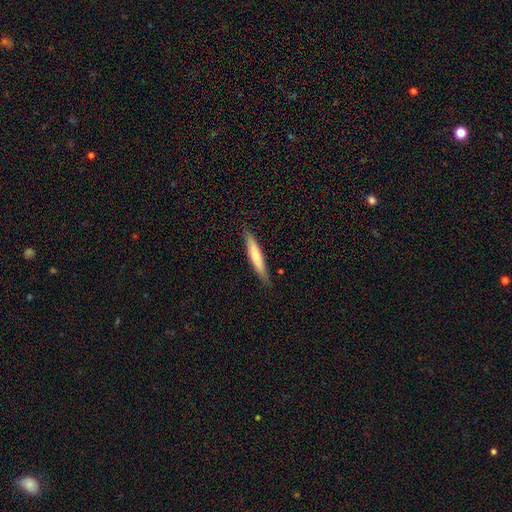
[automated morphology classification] A smooth galaxy with no disk features (68%) that is cigar-shaped (93%).

Vote fractions:
- Smooth or featured? smooth: 68% / featured or disk: 26% / star or artifact: 5%
- How rounded? cigar-shaped: 93% / in between: 6% / round: 1%
- Merging? none: 88% / minor disturbance: 10% / major disturbance: 2% / merger: 1%